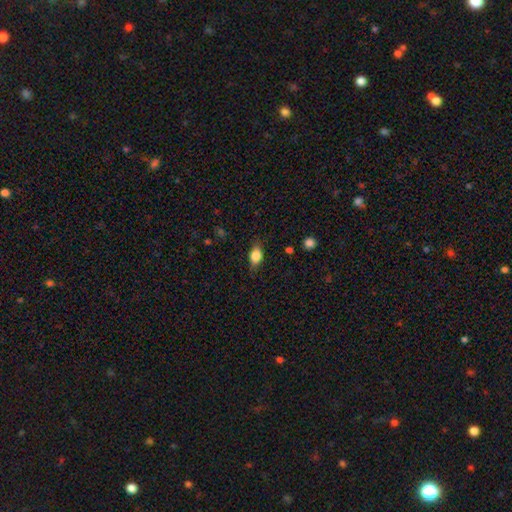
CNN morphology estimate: A smooth galaxy with no disk features (80%) that is in between round and cigar-shaped (78%).

Vote fractions:
- Smooth or featured? smooth: 80% / featured or disk: 12% / star or artifact: 9%
- How rounded? in between: 78% / round: 16% / cigar-shaped: 6%
- Merging? none: 78% / minor disturbance: 17% / major disturbance: 4% / merger: 1%